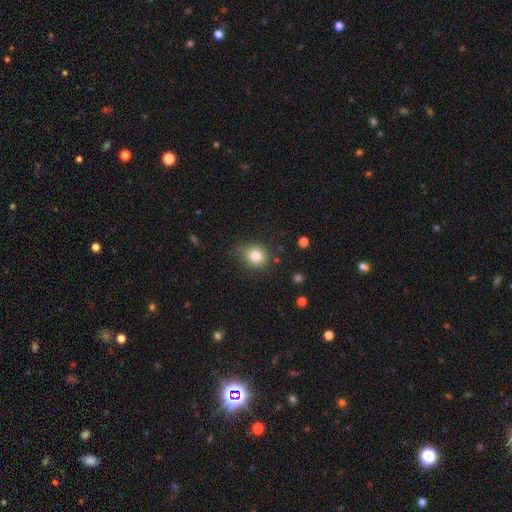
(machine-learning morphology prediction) smooth 80%, star or artifact 11%, featured or disk 9%. Down the decision tree: how rounded — round (70%); merging — none (71%).